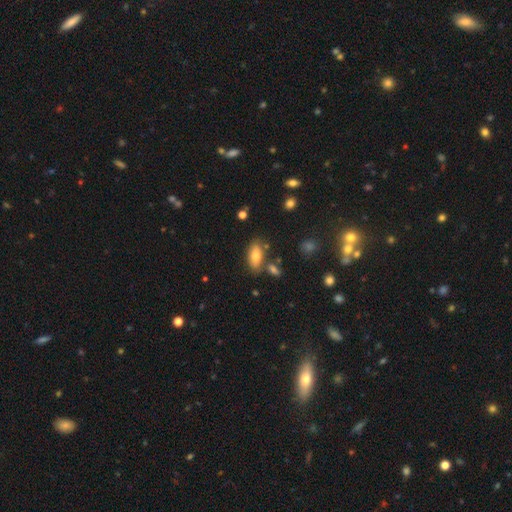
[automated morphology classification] This is likely a smooth galaxy (78%). How rounded: clearly in between (88%). Merging: likely none (72%).